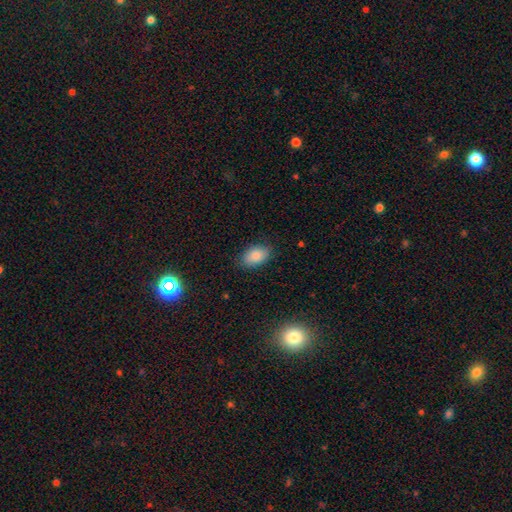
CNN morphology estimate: Smooth or featured: smooth — 85% (star or artifact — 8%)
How rounded: in between — 89% (round — 9%)
Merging: none — 84% (minor disturbance — 12%)